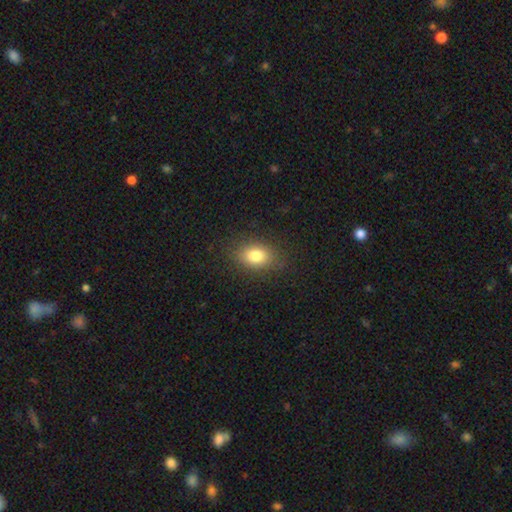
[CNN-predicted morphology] This appears to be a smooth galaxy with no disk features (81%) that is in between round and cigar-shaped (77%). Merging: none (85%).